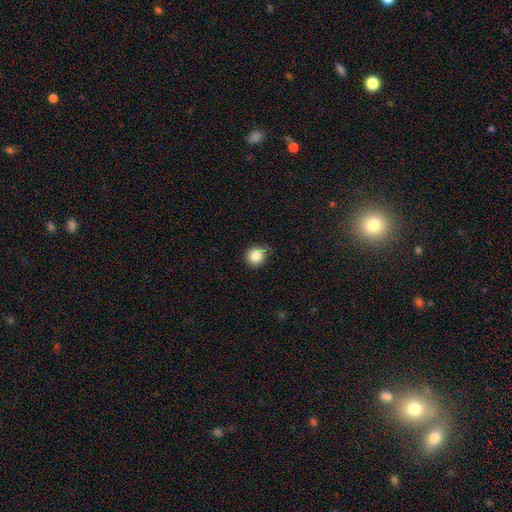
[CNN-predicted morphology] smooth-or-featured: smooth: 84% | star or artifact: 10% | featured or disk: 5%
  how-rounded: round: 90% | in between: 9% | cigar-shaped: 1%
  merging: none: 75% | minor disturbance: 20% | major disturbance: 3% | merger: 2%